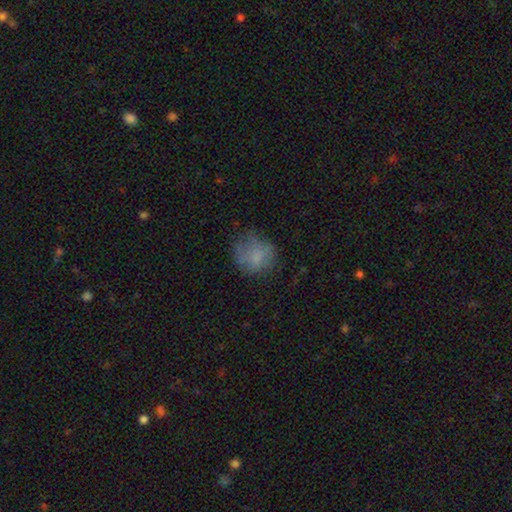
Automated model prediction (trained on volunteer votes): Smooth or featured: smooth — 69% (featured or disk — 19%)
How rounded: round — 74% (in between — 24%)
Merging: none — 58% (minor disturbance — 25%)